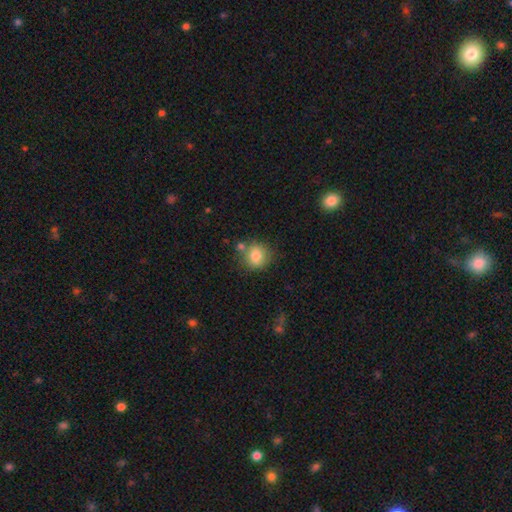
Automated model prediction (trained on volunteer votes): The model was most divided on "merging": none: 67%, minor disturbance: 15%, merger: 14%, major disturbance: 4%. More confident: how rounded — round (82%); smooth or featured — smooth (79%).